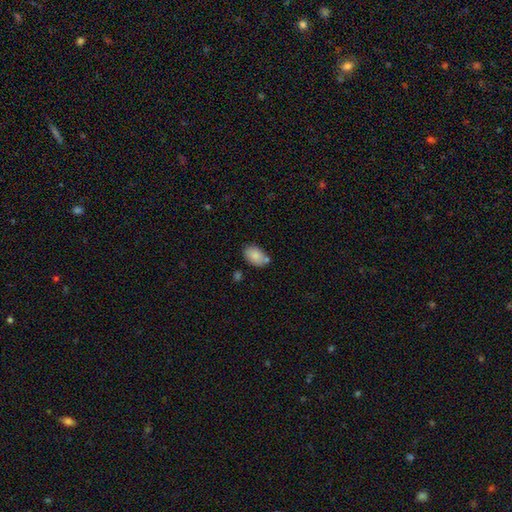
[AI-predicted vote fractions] This is clearly a smooth galaxy (85%). How rounded: clearly in between (89%). Merging: likely none (67%).